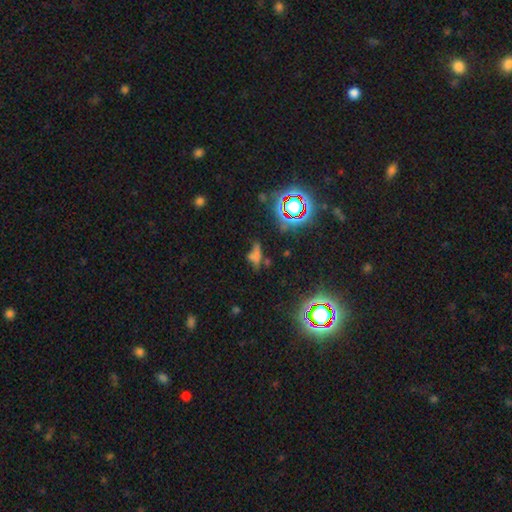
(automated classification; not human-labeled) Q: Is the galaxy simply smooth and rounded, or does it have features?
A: smooth — 42%.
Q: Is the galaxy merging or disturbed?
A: none — 40%.